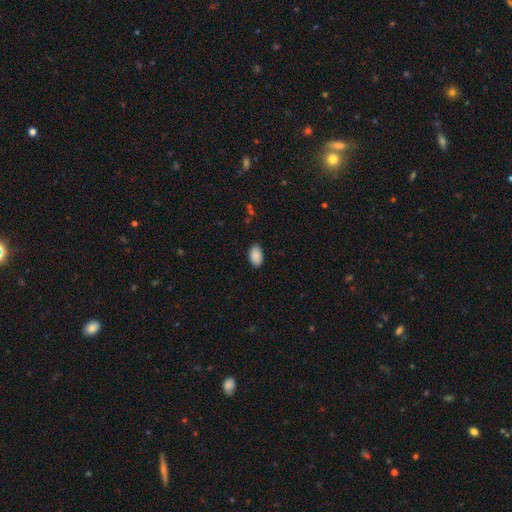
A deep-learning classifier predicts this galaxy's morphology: type=smooth (90%); roundness=in between (93%); merging=none (86%).